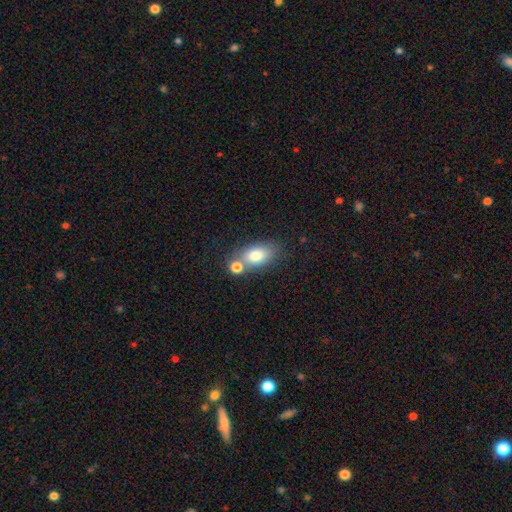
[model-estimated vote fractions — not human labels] Overall: smooth (77%). How rounded: in between (83%). Merging: none (53%; merger 29%).